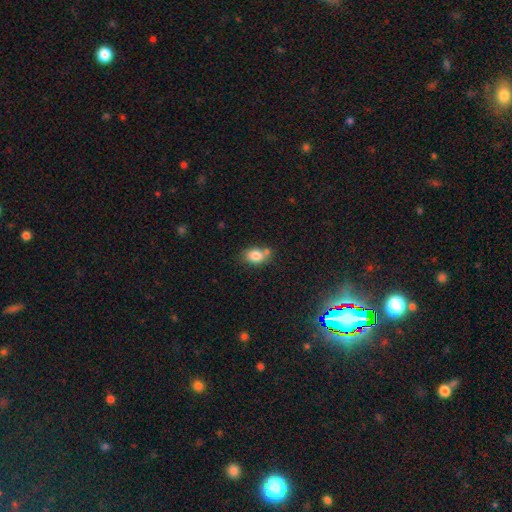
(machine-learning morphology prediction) Smooth or featured?
  - smooth: 81% *
  - star or artifact: 10%
  - featured or disk: 9%
How rounded?
  - in between: 66% *
  - round: 33%
  - cigar-shaped: 1%
Merging?
  - none: 59% *
  - merger: 20%
  - minor disturbance: 16%
  - major disturbance: 4%